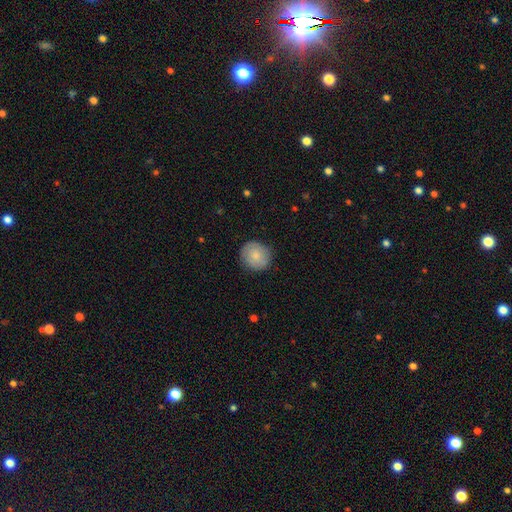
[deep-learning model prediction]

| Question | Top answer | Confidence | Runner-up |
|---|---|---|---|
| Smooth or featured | smooth | 72% | featured or disk (21%) |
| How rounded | round | 86% | in between (13%) |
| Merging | none | 83% | minor disturbance (13%) |